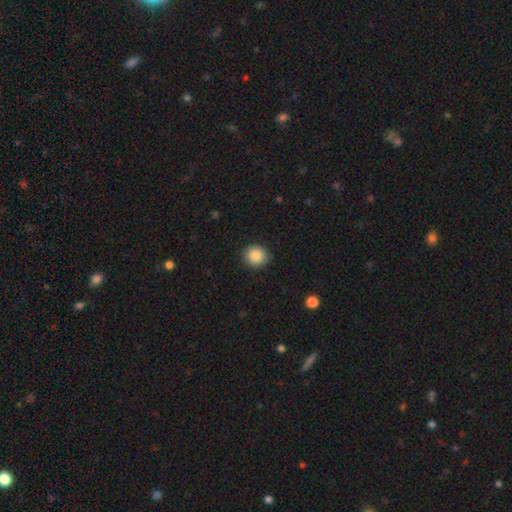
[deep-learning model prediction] Q: Smooth or featured?
A: smooth (87%); runner-up: star or artifact (9%)
Q: How rounded?
A: round (88%); runner-up: in between (11%)
Q: Merging?
A: none (90%); runner-up: minor disturbance (7%)